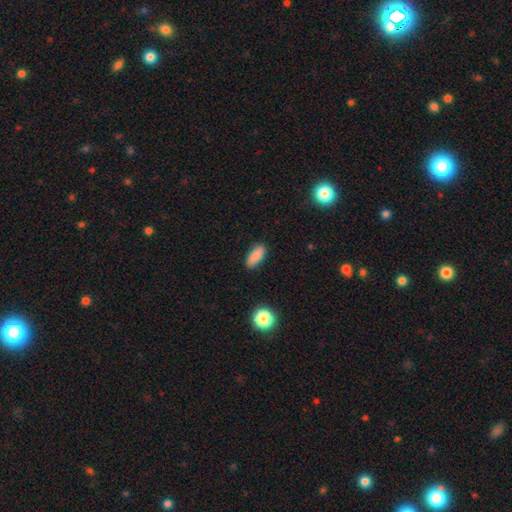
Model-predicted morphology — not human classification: Q: Smooth or featured?
A: smooth (87%); runner-up: star or artifact (8%)
Q: How rounded?
A: in between (80%); runner-up: cigar-shaped (17%)
Q: Merging?
A: none (86%); runner-up: minor disturbance (10%)